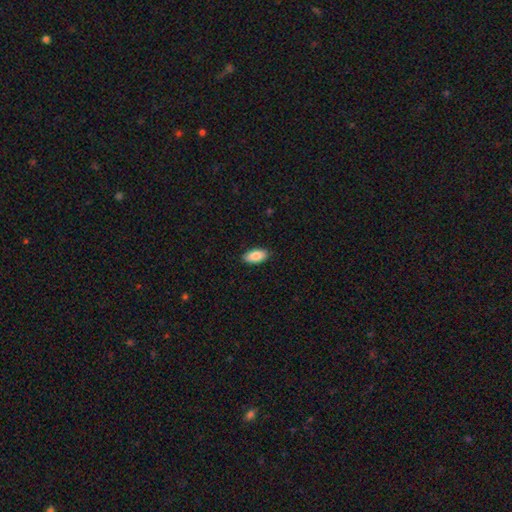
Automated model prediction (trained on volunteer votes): smooth 87%, featured or disk 7%, star or artifact 7%. Down the decision tree: how rounded — in between (92%); merging — none (88%).